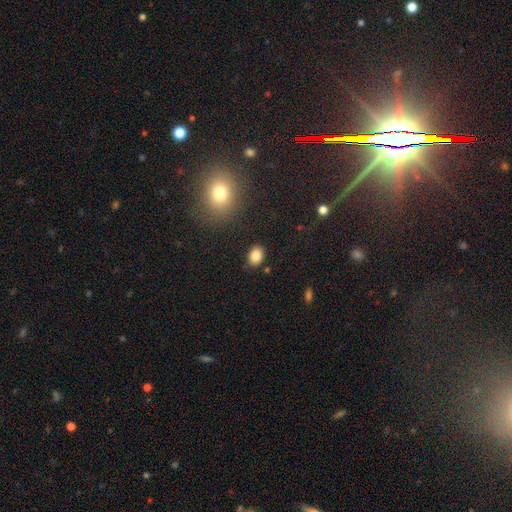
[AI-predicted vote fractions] Q: Smooth or featured?
A: smooth (84%); runner-up: star or artifact (9%)
Q: How rounded?
A: in between (69%); runner-up: round (30%)
Q: Merging?
A: none (85%); runner-up: minor disturbance (10%)